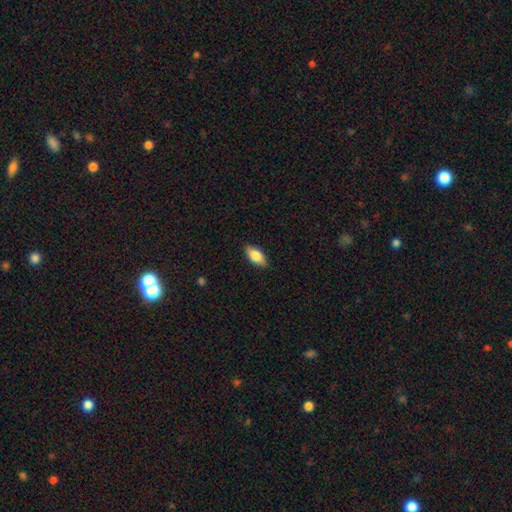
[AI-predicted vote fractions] The model was most divided on "smooth or featured": smooth: 80%, featured or disk: 13%, star or artifact: 6%. More confident: how rounded — in between (88%); merging — none (86%).